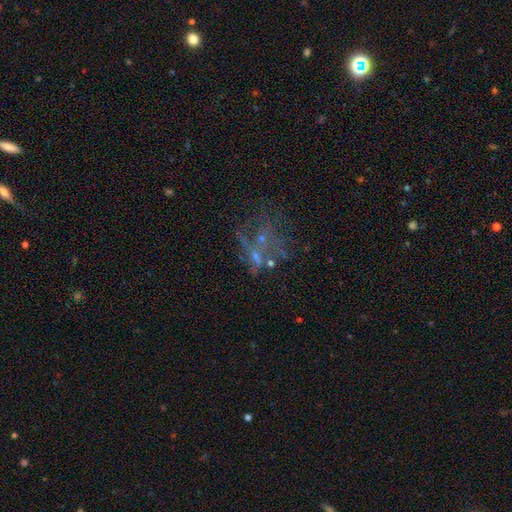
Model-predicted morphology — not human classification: This is possibly a featured or disk galaxy (51%). It is clearly not viewed edge-on (96%). Merging: marginally none (40%).